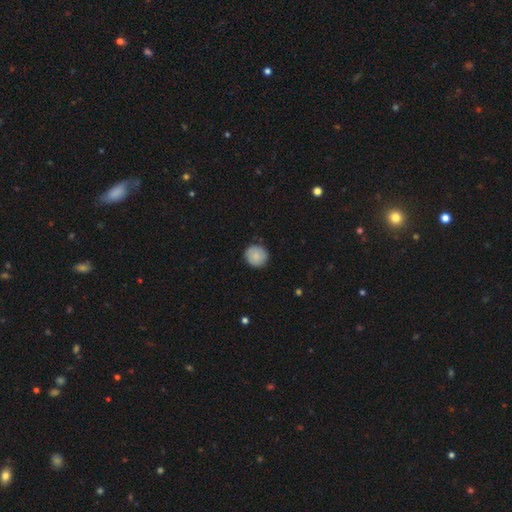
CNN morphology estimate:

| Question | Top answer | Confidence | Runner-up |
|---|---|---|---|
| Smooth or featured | smooth | 82% | featured or disk (11%) |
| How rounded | round | 92% | in between (7%) |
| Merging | none | 86% | minor disturbance (11%) |